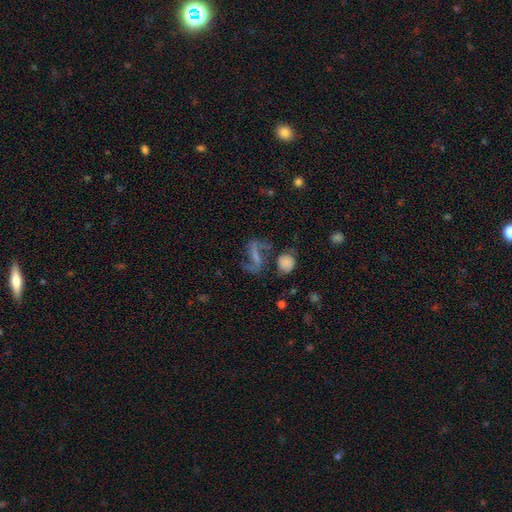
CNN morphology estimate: A featured or disk galaxy (64%) with a strong bar (42%), 2 (88%) loose (59%) spiral arms (86%) and no central bulge (45%). Merging: none (53%).